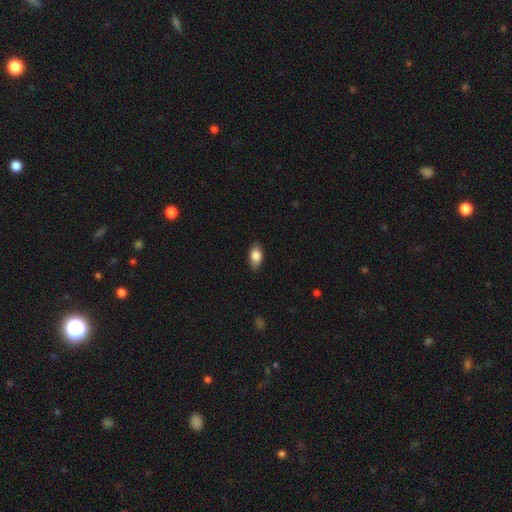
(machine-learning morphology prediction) Smooth or featured?
  - smooth: 84% *
  - featured or disk: 9%
  - star or artifact: 7%
How rounded?
  - in between: 89% *
  - round: 6%
  - cigar-shaped: 5%
Merging?
  - none: 85% *
  - minor disturbance: 12%
  - major disturbance: 2%
  - merger: 1%